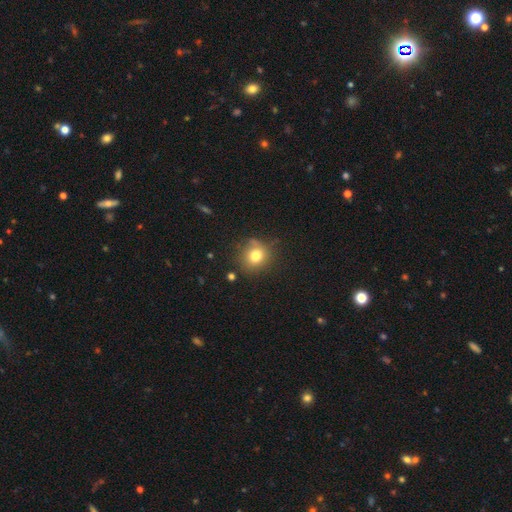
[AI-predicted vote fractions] smooth-or-featured: smooth: 77% | star or artifact: 13% | featured or disk: 11%
  how-rounded: round: 85% | in between: 14% | cigar-shaped: 1%
  merging: none: 76% | minor disturbance: 16% | major disturbance: 5% | merger: 3%